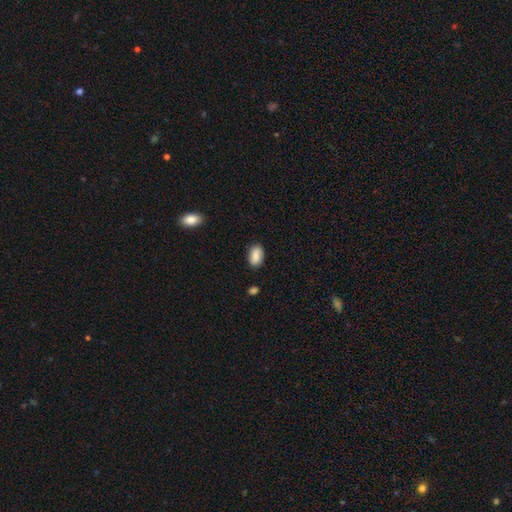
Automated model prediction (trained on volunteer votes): This is clearly a smooth galaxy (83%). How rounded: clearly in between (91%). Merging: clearly none (84%).